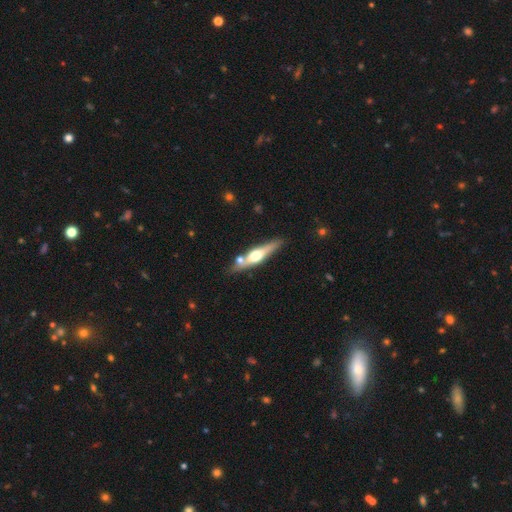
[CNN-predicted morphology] type=featured or disk (61%); edge-on=yes (93%); edge-on bulge=rounded (92%); merging=none (76%).